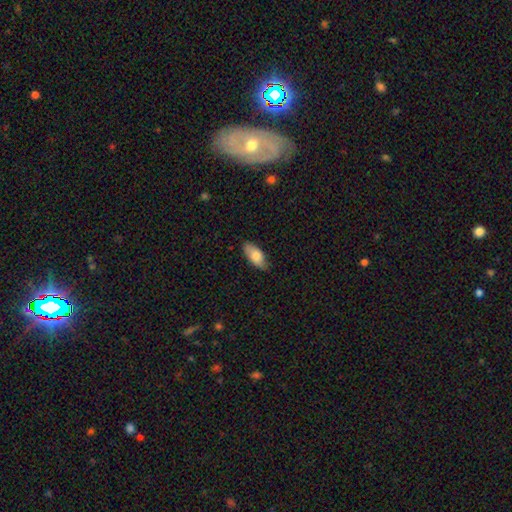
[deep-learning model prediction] Smooth or featured: smooth — 80% (featured or disk — 14%)
How rounded: in between — 86% (cigar-shaped — 12%)
Merging: none — 82% (minor disturbance — 14%)